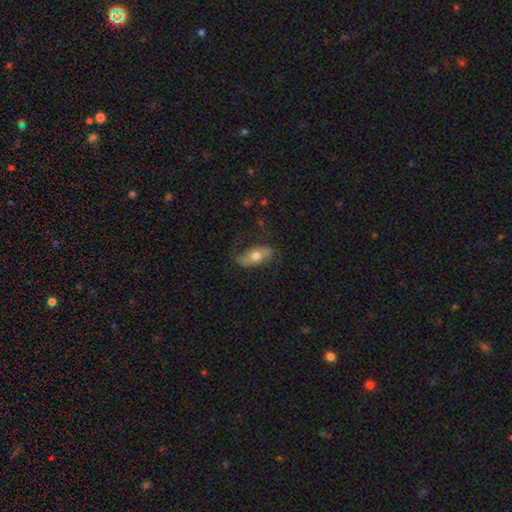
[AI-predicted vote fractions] smooth_or_featured: smooth (p=0.53) [alt: featured or disk p=0.41]
how_rounded: in between (p=0.84) [alt: cigar-shaped p=0.11]
merging: none (p=0.65) [alt: minor disturbance p=0.23]